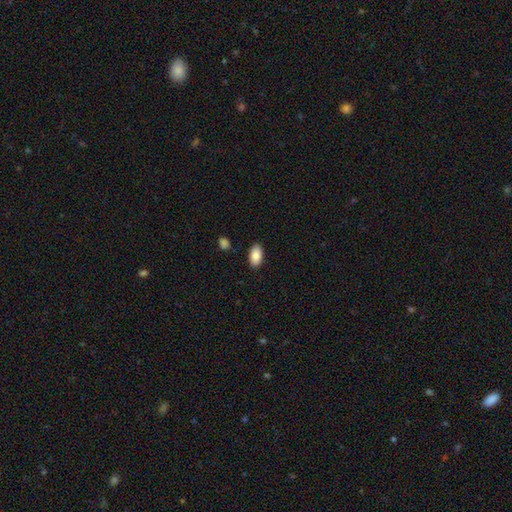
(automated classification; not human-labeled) Q: Smooth or featured?
A: smooth (87%); runner-up: featured or disk (7%)
Q: How rounded?
A: in between (95%); runner-up: round (4%)
Q: Merging?
A: none (88%); runner-up: minor disturbance (8%)